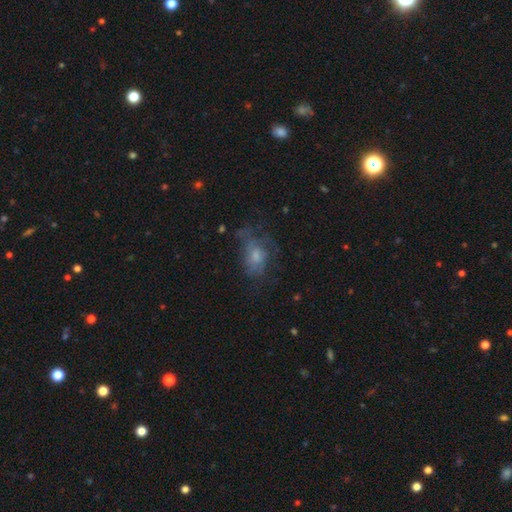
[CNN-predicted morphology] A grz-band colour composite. It shows a featured or disk galaxy (43%). Merging: none (49%).